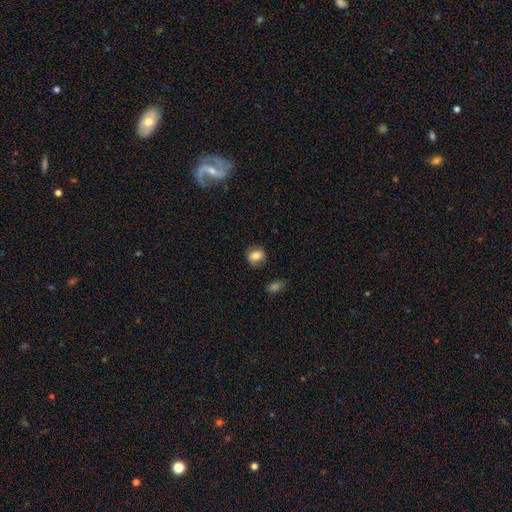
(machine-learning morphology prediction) A smooth galaxy with no disk features (77%) that is round (69%).

Vote fractions:
- Smooth or featured? smooth: 77% / featured or disk: 14% / star or artifact: 9%
- How rounded? round: 69% / in between: 30% / cigar-shaped: 1%
- Merging? none: 79% / minor disturbance: 15% / major disturbance: 4% / merger: 2%